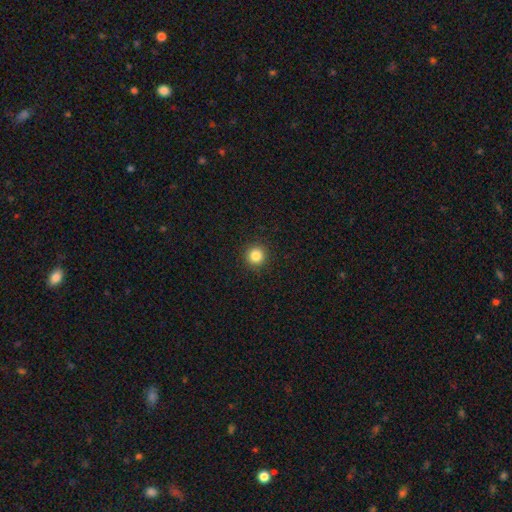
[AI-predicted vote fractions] This appears to be a smooth galaxy with no disk features (84%) that is round (95%). Merging: none (92%).